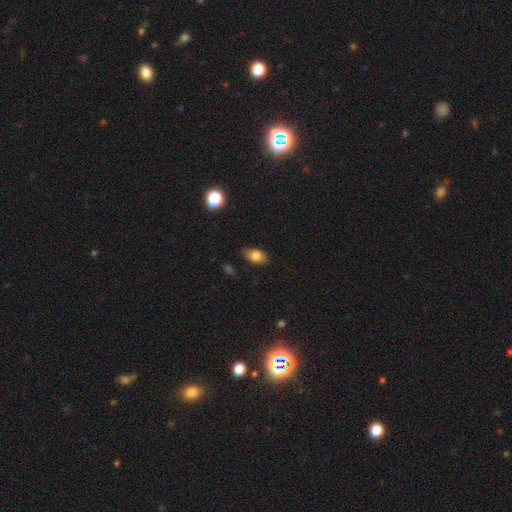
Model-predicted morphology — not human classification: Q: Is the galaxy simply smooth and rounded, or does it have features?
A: smooth — 79%.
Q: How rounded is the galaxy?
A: in between — 88%.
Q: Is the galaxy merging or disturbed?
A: none — 84%.